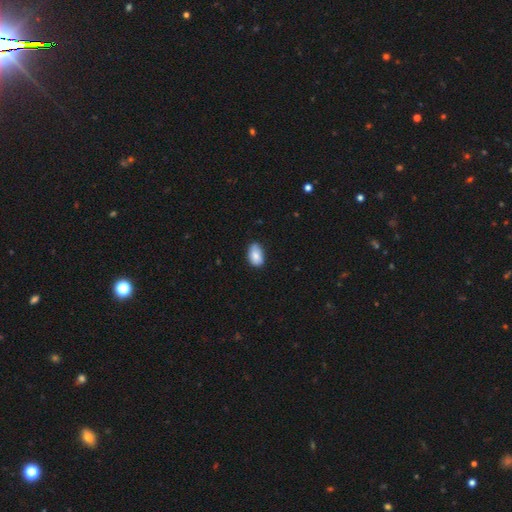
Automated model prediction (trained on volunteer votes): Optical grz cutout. It shows a smooth galaxy with no disk features (83%) that is in between round and cigar-shaped (90%). Merging: none (70%).